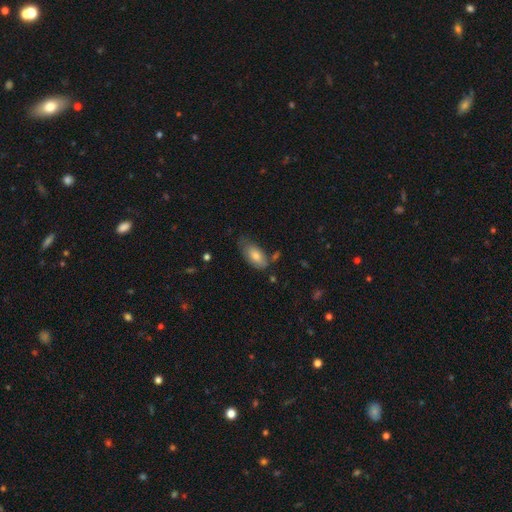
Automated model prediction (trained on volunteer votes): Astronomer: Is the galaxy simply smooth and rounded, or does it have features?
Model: smooth — 77%.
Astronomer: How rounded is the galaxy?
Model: in between — 90%.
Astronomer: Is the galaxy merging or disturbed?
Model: none — 55% (runner-up: minor disturbance, 31%).